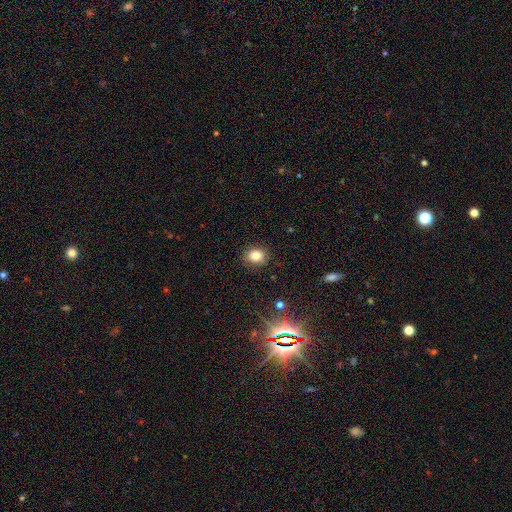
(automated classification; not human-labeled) Q: Smooth or featured?
A: smooth (79%); runner-up: star or artifact (13%)
Q: How rounded?
A: round (68%); runner-up: in between (31%)
Q: Merging?
A: none (87%); runner-up: minor disturbance (9%)